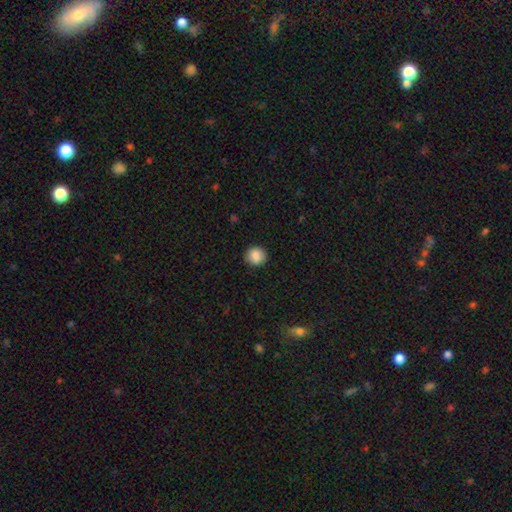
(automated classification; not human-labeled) Smooth or featured? Predicted: smooth (p=0.88). How rounded? Predicted: round (p=0.89). Merging? Predicted: none (p=0.90).